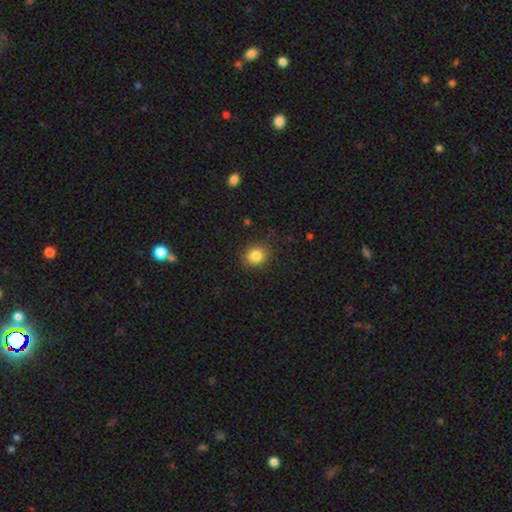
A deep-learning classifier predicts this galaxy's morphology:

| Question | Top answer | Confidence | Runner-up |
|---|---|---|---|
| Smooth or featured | smooth | 83% | star or artifact (10%) |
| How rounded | round | 68% | in between (31%) |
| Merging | none | 84% | minor disturbance (12%) |